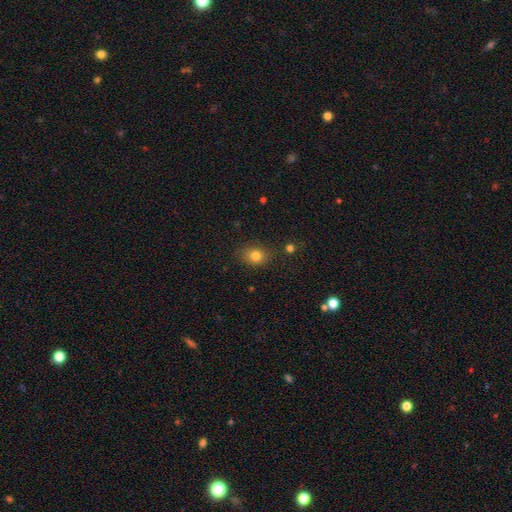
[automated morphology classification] The model was most divided on "how rounded": round: 51%, in between: 48%, cigar-shaped: 1%. More confident: merging — none (81%); smooth or featured — smooth (79%).